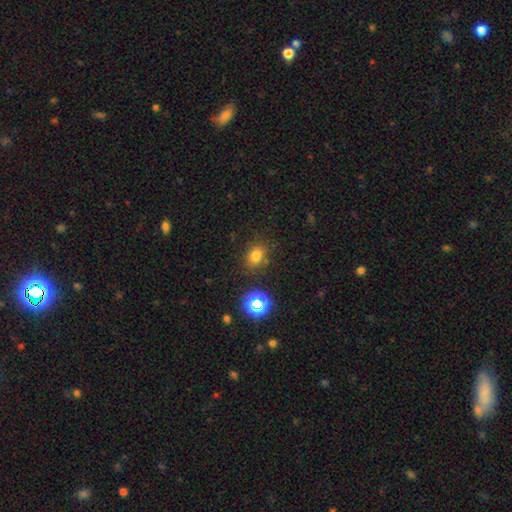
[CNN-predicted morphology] Overall: smooth (74%). How rounded: in between (52%; round 47%). Merging: none (79%).